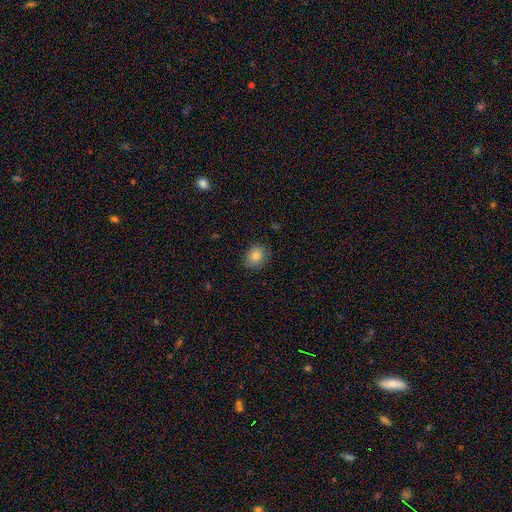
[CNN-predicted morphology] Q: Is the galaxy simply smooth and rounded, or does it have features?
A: smooth — 84%.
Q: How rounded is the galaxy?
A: round — 59%.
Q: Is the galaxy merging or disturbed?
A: none — 83%.